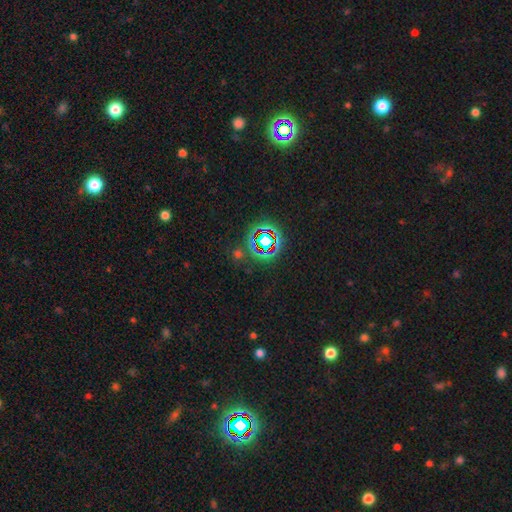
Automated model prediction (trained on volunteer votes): Overall: star or artifact (64%).